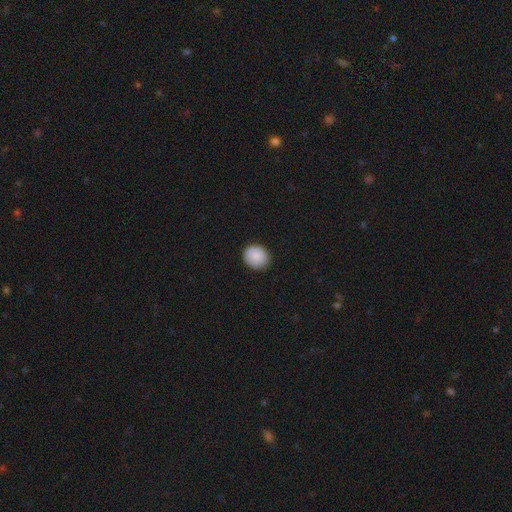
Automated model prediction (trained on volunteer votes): The model was most divided on "how rounded": round: 82%, in between: 17%, cigar-shaped: 1%. More confident: smooth or featured — smooth (89%); merging — none (88%).